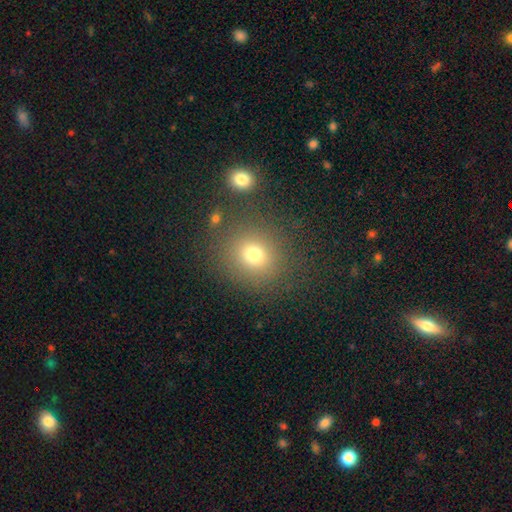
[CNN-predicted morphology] smooth-or-featured: smooth: 73% | star or artifact: 17% | featured or disk: 10%
  how-rounded: round: 83% | in between: 16% | cigar-shaped: 1%
  merging: none: 81% | minor disturbance: 9% | merger: 5% | major disturbance: 5%